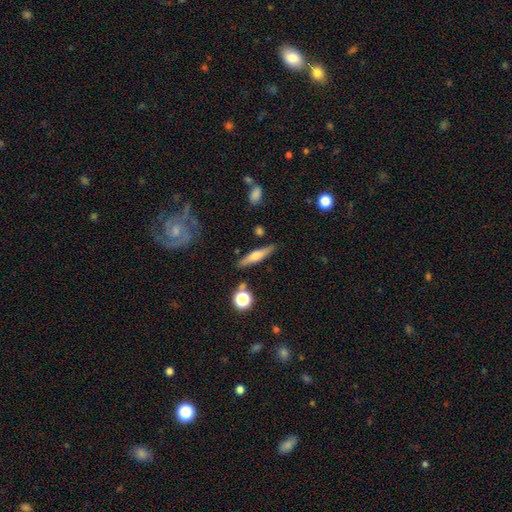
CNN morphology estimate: A smooth galaxy with no disk features (47%).

Vote fractions:
- Smooth or featured? smooth: 47% / featured or disk: 46% / star or artifact: 7%
- Merging? none: 83% / minor disturbance: 10% / merger: 4% / major disturbance: 3%